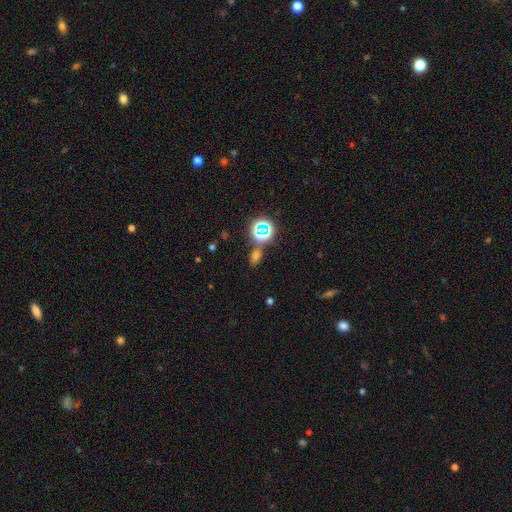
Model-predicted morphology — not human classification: Overall: smooth (55%; star or artifact 37%). How rounded: in between (71%). Merging: none (70%).